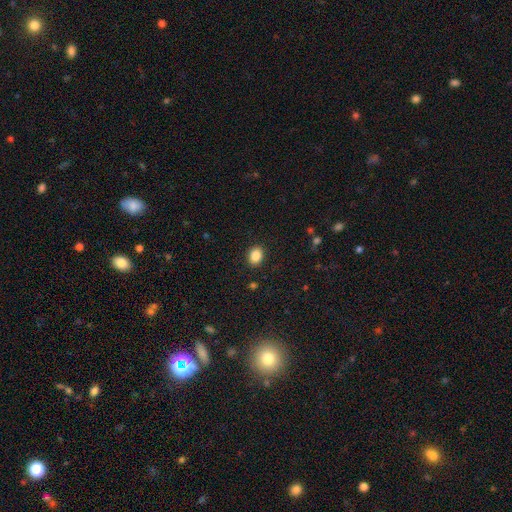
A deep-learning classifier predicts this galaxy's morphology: smooth-or-featured: smooth: 86% | star or artifact: 9% | featured or disk: 5%
  how-rounded: in between: 61% | round: 38% | cigar-shaped: 1%
  merging: none: 90% | minor disturbance: 7% | major disturbance: 2% | merger: 1%